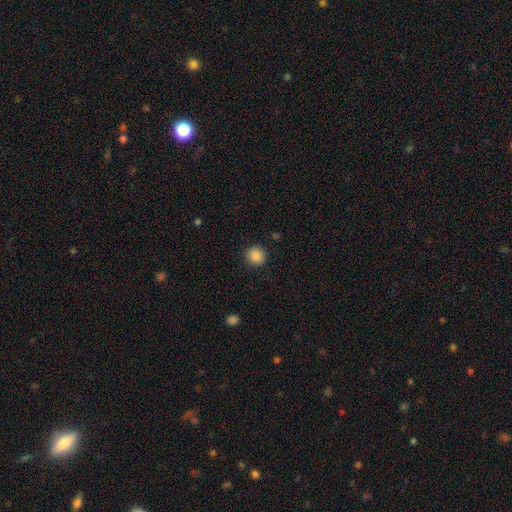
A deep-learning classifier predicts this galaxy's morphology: Q: Smooth or featured?
A: smooth (88%); runner-up: star or artifact (9%)
Q: How rounded?
A: round (93%); runner-up: in between (6%)
Q: Merging?
A: none (90%); runner-up: minor disturbance (6%)